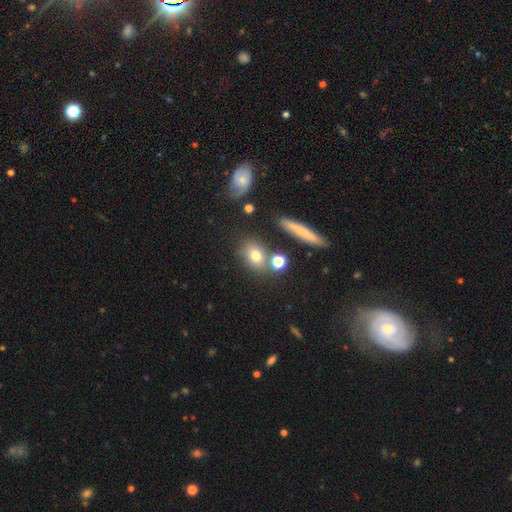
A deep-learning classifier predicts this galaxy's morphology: This is likely a smooth galaxy (73%). How rounded: possibly in between (51%). Merging: likely none (67%).